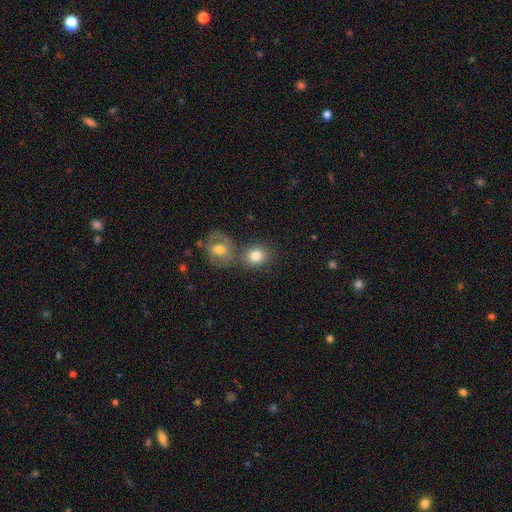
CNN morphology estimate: Q: Smooth or featured?
A: smooth (78%); runner-up: featured or disk (14%)
Q: How rounded?
A: round (73%); runner-up: in between (26%)
Q: Merging?
A: none (55%); runner-up: merger (31%)